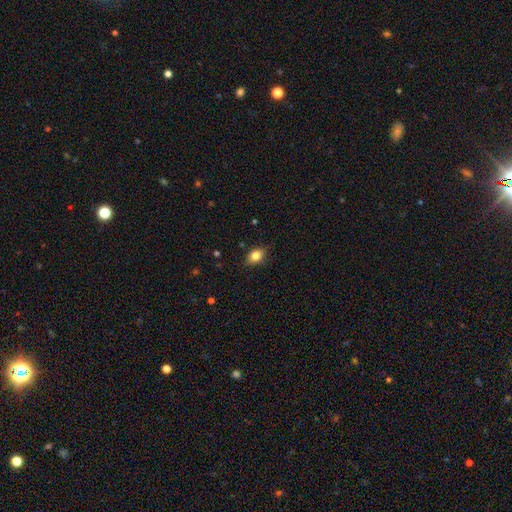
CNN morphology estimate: The model was most divided on "how rounded": in between: 75%, round: 23%, cigar-shaped: 2%. More confident: merging — none (83%); smooth or featured — smooth (82%).